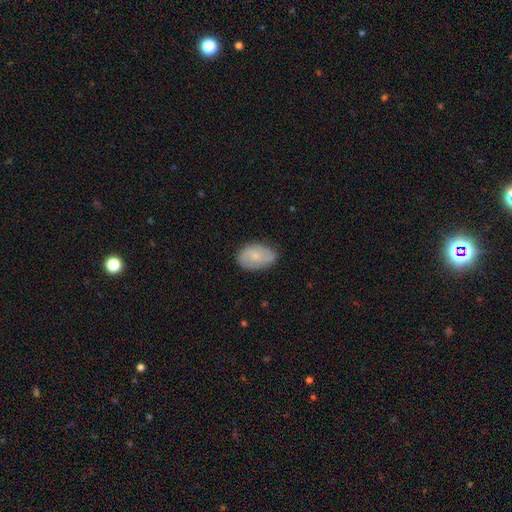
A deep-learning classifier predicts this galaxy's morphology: smooth-or-featured: smooth: 63% | featured or disk: 30% | star or artifact: 7%
  how-rounded: in between: 86% | round: 12% | cigar-shaped: 1%
  merging: none: 75% | minor disturbance: 20% | major disturbance: 4% | merger: 1%